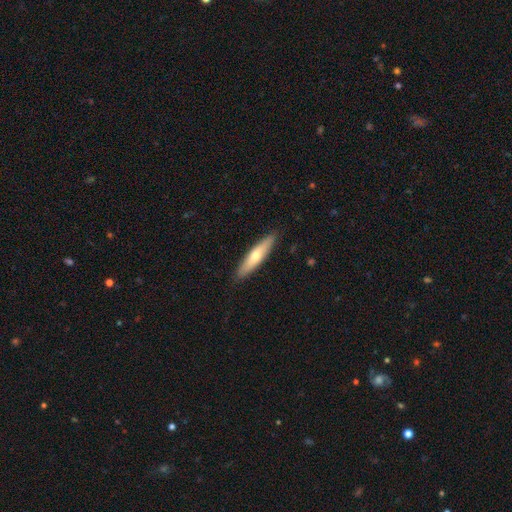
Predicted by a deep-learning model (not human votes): A smooth galaxy with no disk features (58%) that is cigar-shaped (81%). Merging: none (89%).